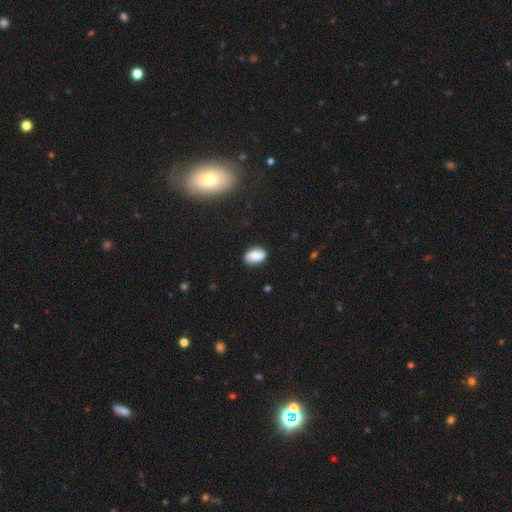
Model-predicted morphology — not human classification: Overall: smooth (69%). How rounded: in between (88%). Merging: none (77%).